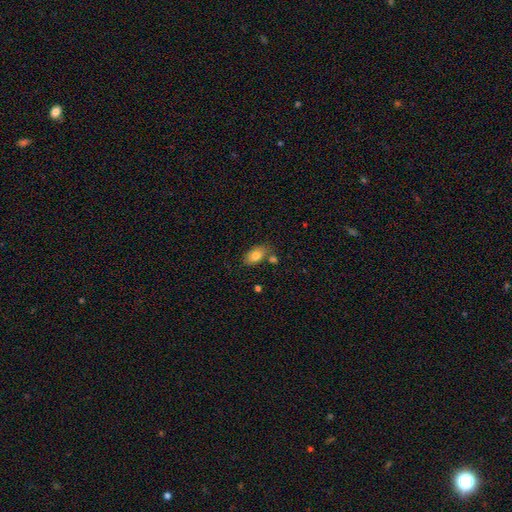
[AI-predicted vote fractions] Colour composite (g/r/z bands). It shows a smooth galaxy with no disk features (80%) that is in between round and cigar-shaped (91%). Merging: none (69%).